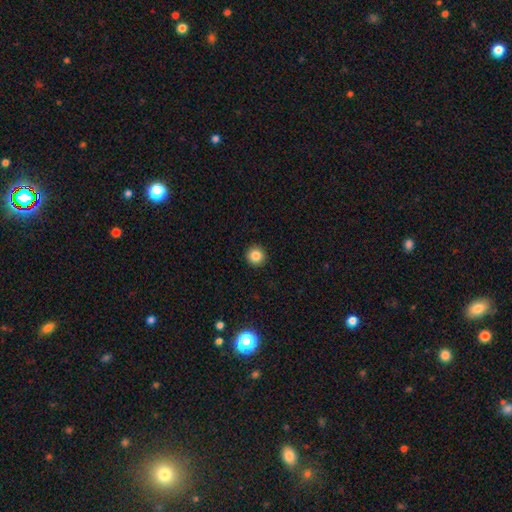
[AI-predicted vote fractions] Smooth or featured? smooth (85%)
How rounded? round (95%)
Merging? none (93%)